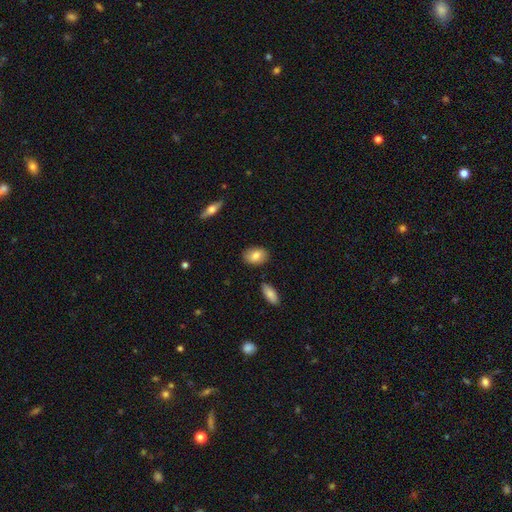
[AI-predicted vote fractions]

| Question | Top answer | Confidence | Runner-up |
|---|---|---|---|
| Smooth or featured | smooth | 81% | featured or disk (13%) |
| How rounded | in between | 83% | round (15%) |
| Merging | none | 85% | minor disturbance (11%) |